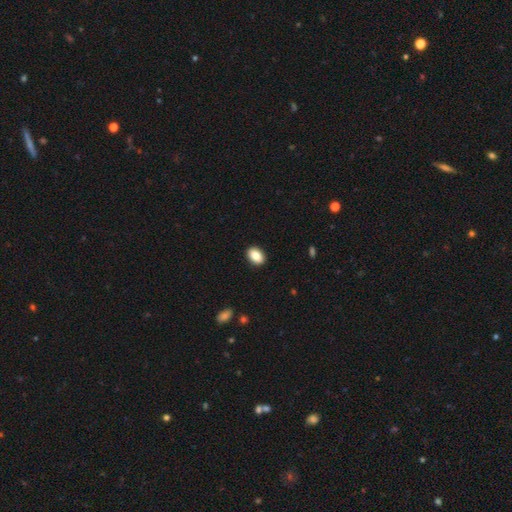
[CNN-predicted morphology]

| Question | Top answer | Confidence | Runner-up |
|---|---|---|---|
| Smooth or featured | smooth | 85% | star or artifact (7%) |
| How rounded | in between | 85% | round (14%) |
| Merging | none | 91% | minor disturbance (7%) |